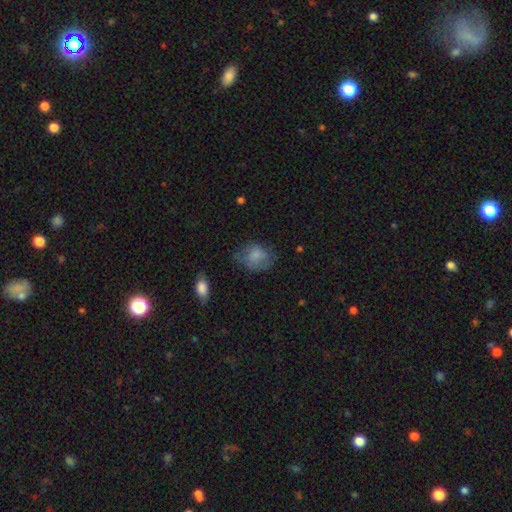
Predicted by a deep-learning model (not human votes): This appears to be a smooth galaxy with no disk features (77%) that is in between round and cigar-shaped (53%). Merging: none (53%).